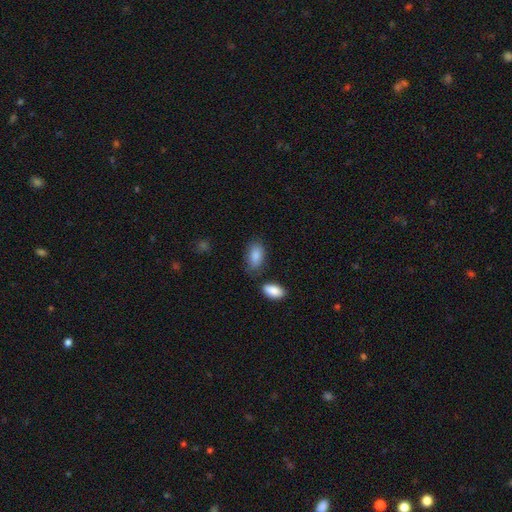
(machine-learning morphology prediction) type=smooth (86%); roundness=in between (93%); merging=none (66%).